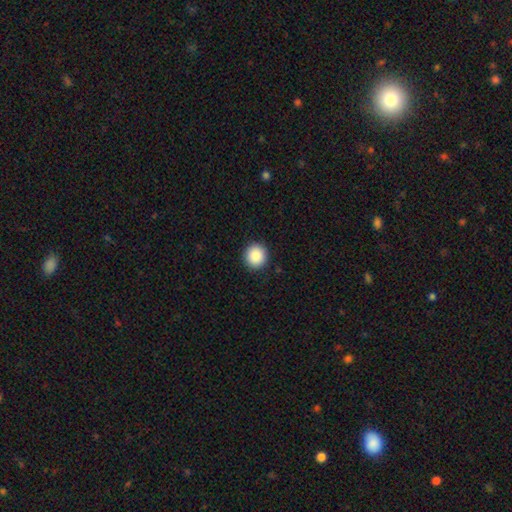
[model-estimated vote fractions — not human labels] Smooth or featured? smooth (88%)
How rounded? round (94%)
Merging? none (92%)